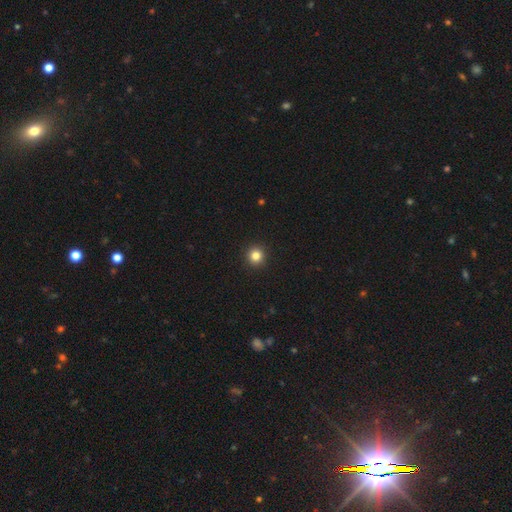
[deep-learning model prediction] A smooth galaxy with no disk features (83%) that is round (95%). Merging: none (94%).